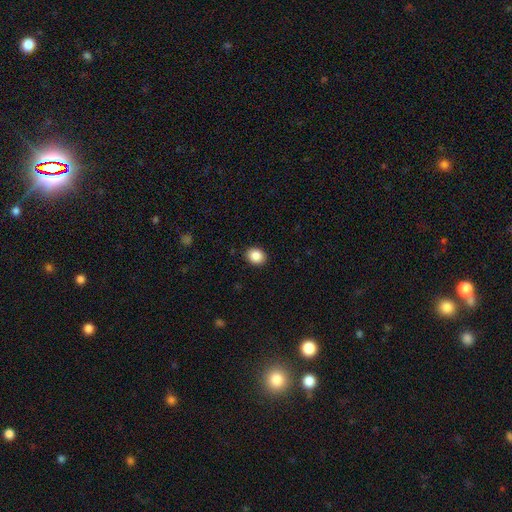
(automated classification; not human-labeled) Smooth or featured? smooth (87%)
How rounded? round (50%)
Merging? none (91%)